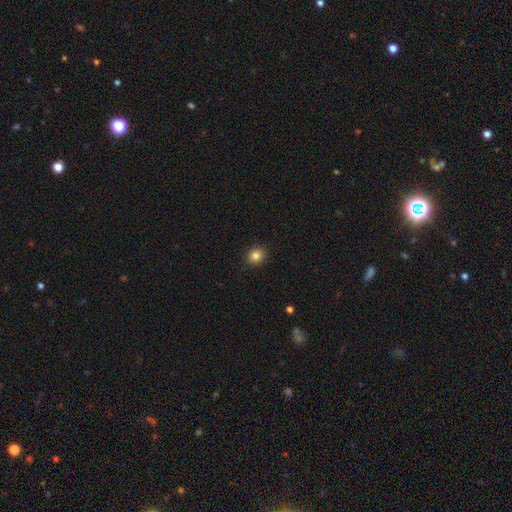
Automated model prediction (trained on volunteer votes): This appears to be a smooth galaxy with no disk features (84%) that is round (79%). Merging: none (91%).